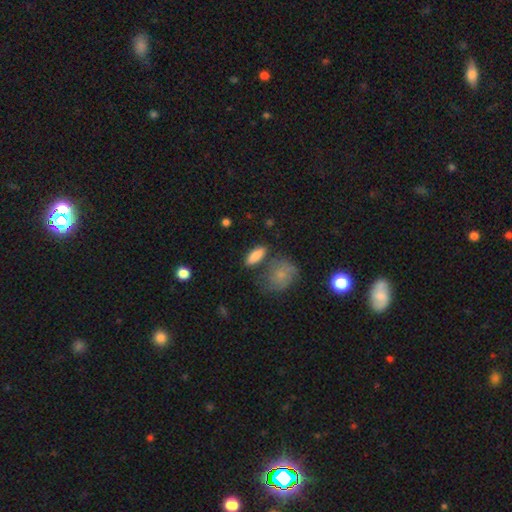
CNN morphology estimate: A smooth galaxy with no disk features (78%) that is in between round and cigar-shaped (68%). Merging: none (70%).